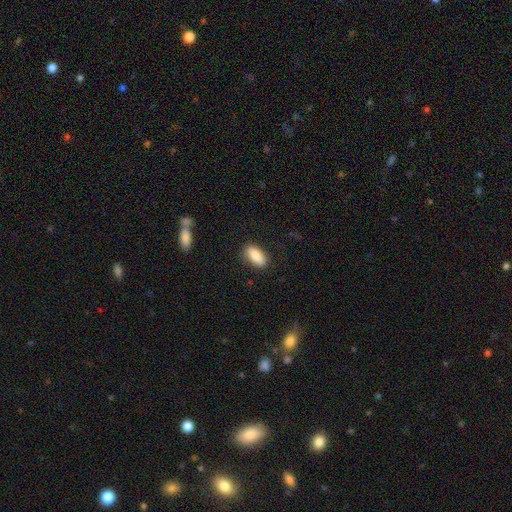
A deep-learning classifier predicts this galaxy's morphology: Overall: smooth (87%). How rounded: in between (86%). Merging: none (84%).